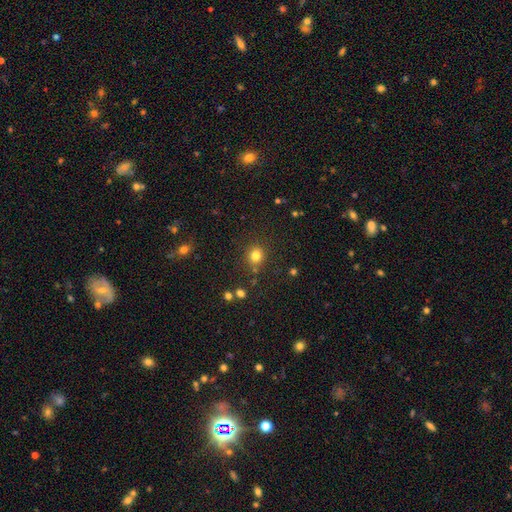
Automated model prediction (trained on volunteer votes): Smooth or featured? smooth (79%)
How rounded? round (86%)
Merging? none (82%)